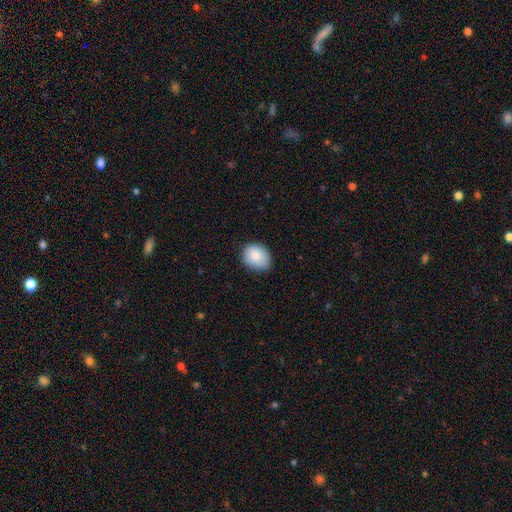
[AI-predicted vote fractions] Smooth or featured: smooth — 86% (star or artifact — 7%)
How rounded: in between — 51% (round — 48%)
Merging: none — 74% (minor disturbance — 21%)